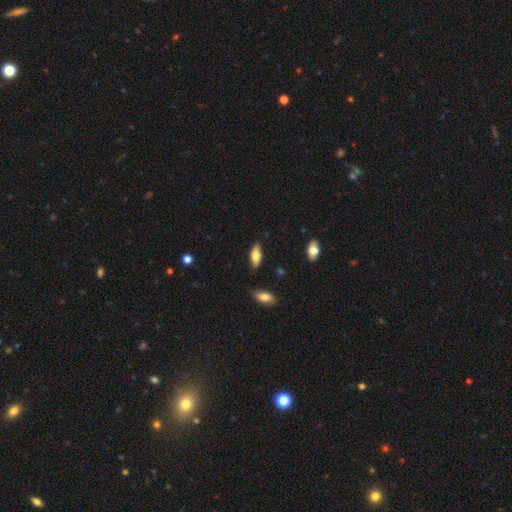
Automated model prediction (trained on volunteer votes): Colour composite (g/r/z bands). It shows a smooth galaxy with no disk features (73%) that is in between round and cigar-shaped (79%). Merging: none (81%).